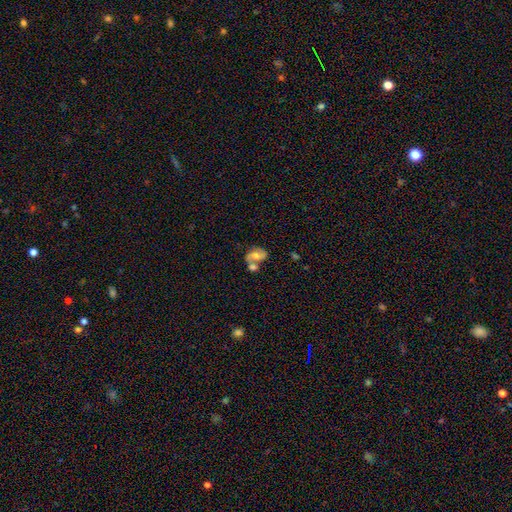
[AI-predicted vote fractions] Overall: featured or disk (55%; smooth 36%). Edge-on disk: no (97%). Bar: no (55%; weak 33%). Spiral arms: yes (78%). Bulge size: moderate (62%). Merging: merger (45%; none 33%).